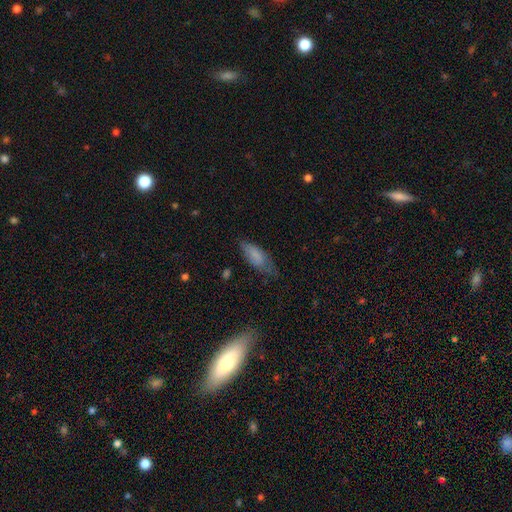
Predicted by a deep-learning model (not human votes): This appears to be a smooth galaxy with no disk features (74%) that is in between round and cigar-shaped (77%). Merging: none (52%).